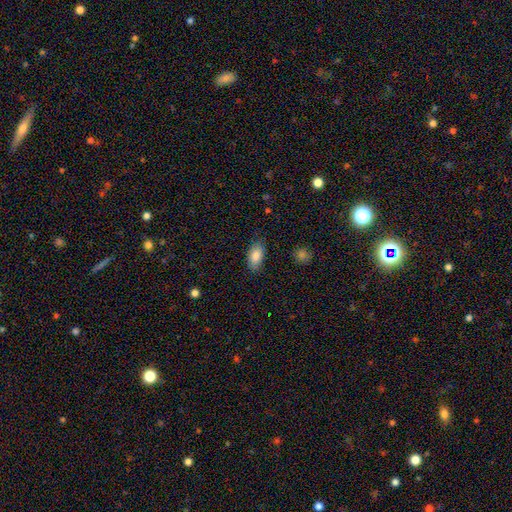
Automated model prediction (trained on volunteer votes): Q: Smooth or featured?
A: smooth (84%); runner-up: featured or disk (9%)
Q: How rounded?
A: in between (92%); runner-up: cigar-shaped (4%)
Q: Merging?
A: none (83%); runner-up: minor disturbance (13%)